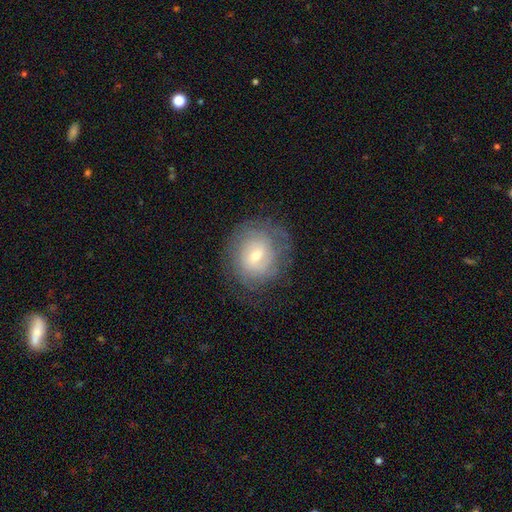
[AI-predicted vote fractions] Smooth or featured: featured or disk — 52% (smooth — 38%)
Edge-on disk: no — 96% (yes — 4%)
Merging: none — 73% (minor disturbance — 16%)